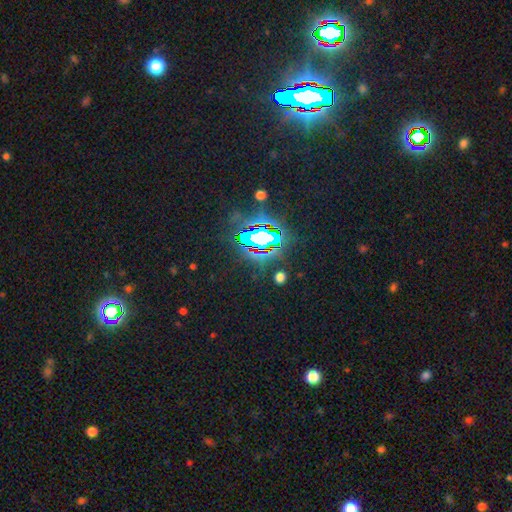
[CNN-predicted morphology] smooth_or_featured: star or artifact (p=0.85) [alt: smooth p=0.08]